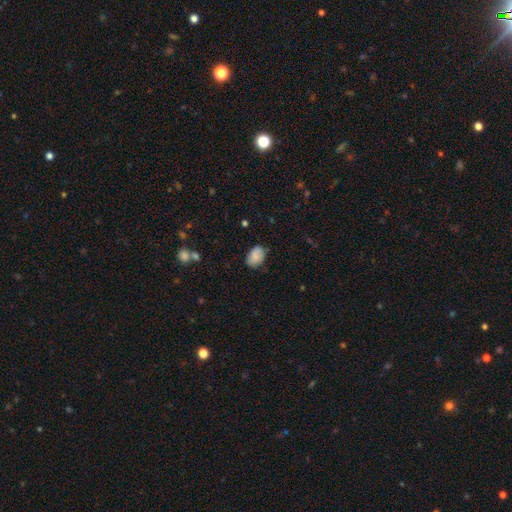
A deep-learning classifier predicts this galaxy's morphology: smooth_or_featured: smooth (p=0.85) [alt: star or artifact p=0.08]
how_rounded: in between (p=0.82) [alt: round p=0.17]
merging: none (p=0.72) [alt: minor disturbance p=0.22]